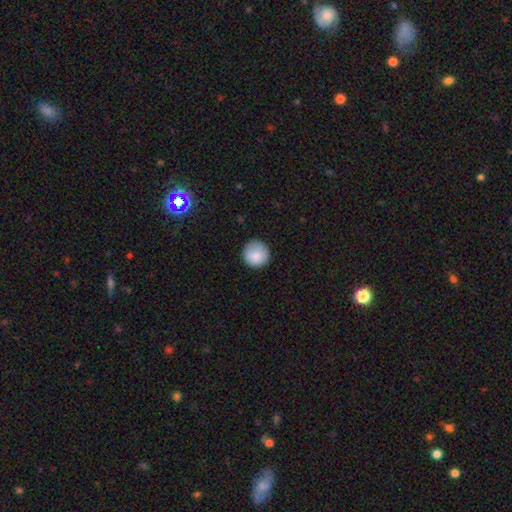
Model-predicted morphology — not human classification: type=smooth (87%); roundness=round (95%); merging=none (86%).